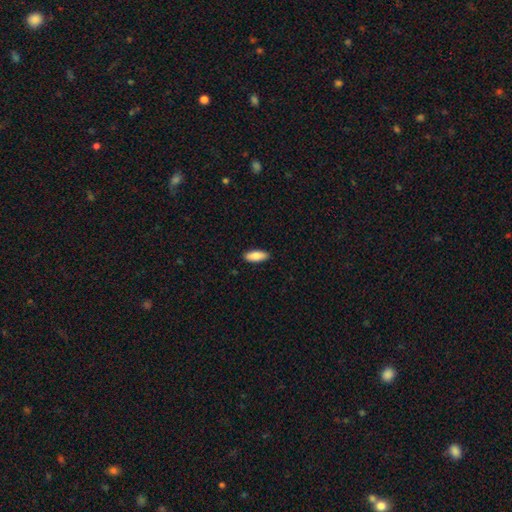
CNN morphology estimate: This appears to be a smooth galaxy with no disk features (88%) that is in between round and cigar-shaped (79%). Merging: none (90%).